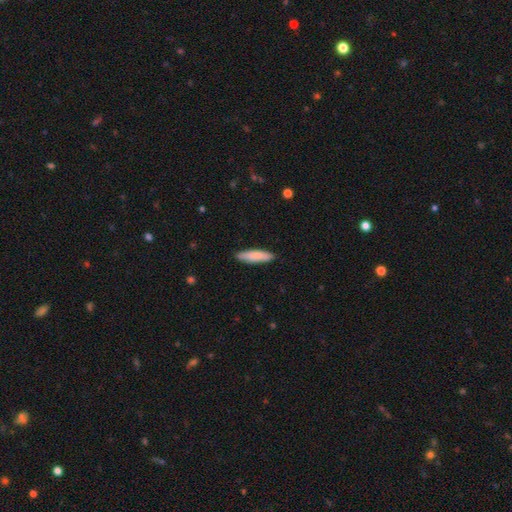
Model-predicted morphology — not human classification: Smooth or featured?
  - smooth: 81% *
  - featured or disk: 13%
  - star or artifact: 5%
How rounded?
  - cigar-shaped: 75% *
  - in between: 24%
  - round: 1%
Merging?
  - none: 87% *
  - minor disturbance: 10%
  - major disturbance: 2%
  - merger: 1%